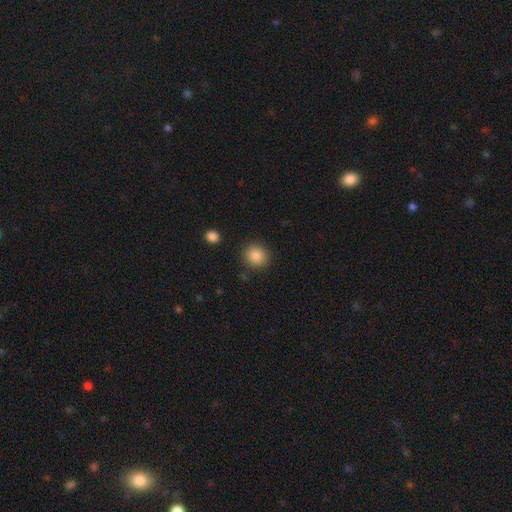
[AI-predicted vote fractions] smooth-or-featured: smooth: 86% | star or artifact: 9% | featured or disk: 4%
  how-rounded: round: 86% | in between: 13% | cigar-shaped: 1%
  merging: none: 88% | minor disturbance: 7% | major disturbance: 3% | merger: 2%